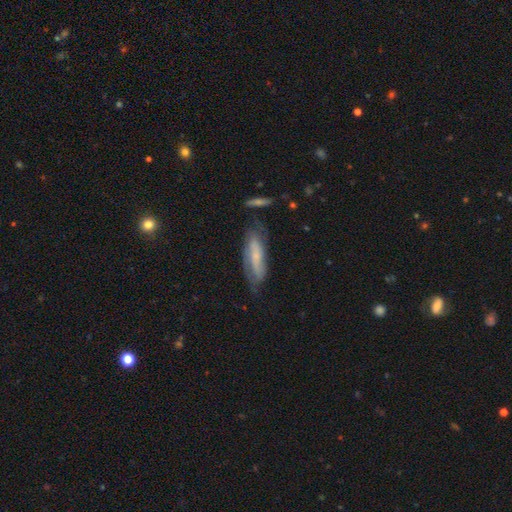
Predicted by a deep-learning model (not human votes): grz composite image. It shows a featured or disk galaxy (55%). Merging: none (59%).